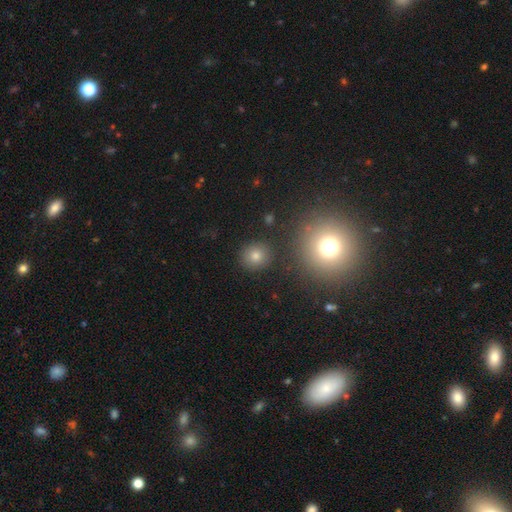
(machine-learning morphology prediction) Q: Smooth or featured?
A: smooth (75%); runner-up: star or artifact (18%)
Q: How rounded?
A: round (90%); runner-up: in between (9%)
Q: Merging?
A: none (88%); runner-up: minor disturbance (6%)